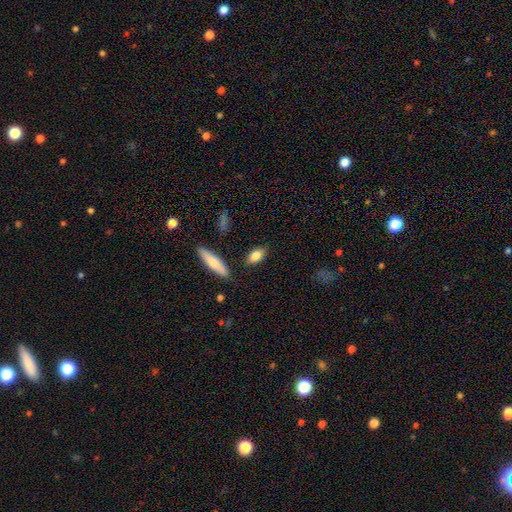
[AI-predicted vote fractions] Smooth or featured? smooth (81%)
How rounded? in between (84%)
Merging? none (83%)